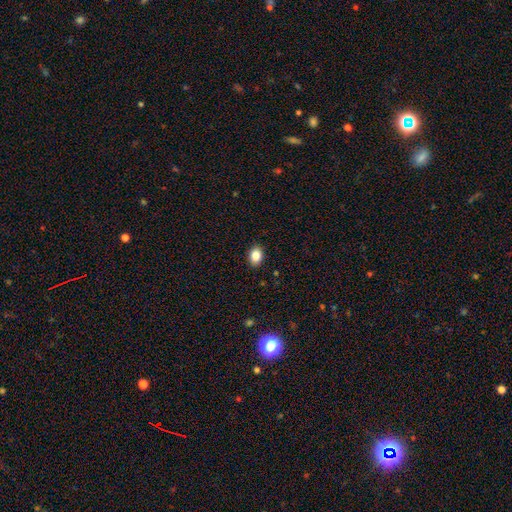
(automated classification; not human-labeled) Overall: smooth (85%). How rounded: in between (73%). Merging: none (90%).